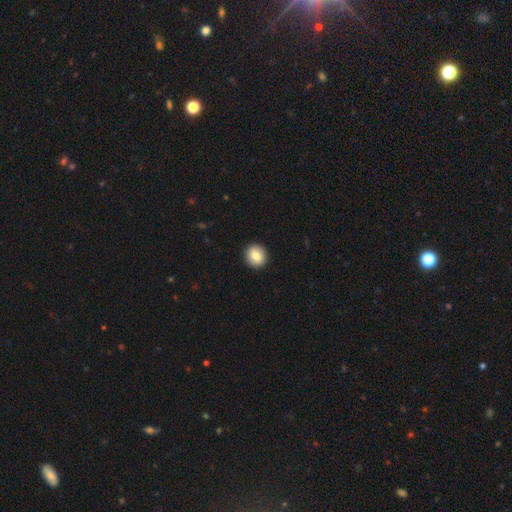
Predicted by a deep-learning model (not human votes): smooth 82%, featured or disk 10%, star or artifact 8%. Down the decision tree: how rounded — round (87%); merging — none (93%).